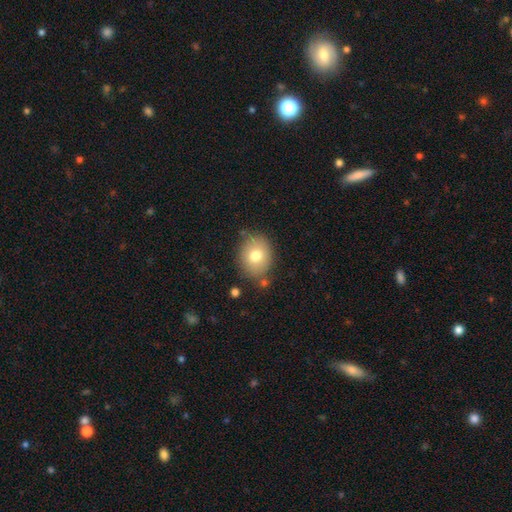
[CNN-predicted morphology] The model was most divided on "how rounded": round: 60%, in between: 39%, cigar-shaped: 1%. More confident: merging — none (77%); smooth or featured — smooth (76%).